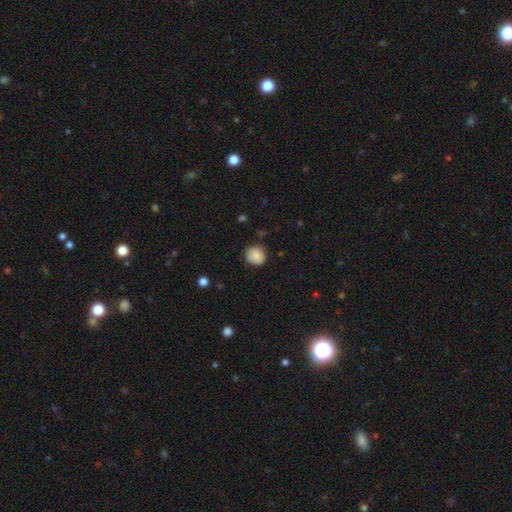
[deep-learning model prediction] The model was most divided on "merging": none: 79%, minor disturbance: 16%, major disturbance: 3%, merger: 2%. More confident: how rounded — round (89%); smooth or featured — smooth (82%).